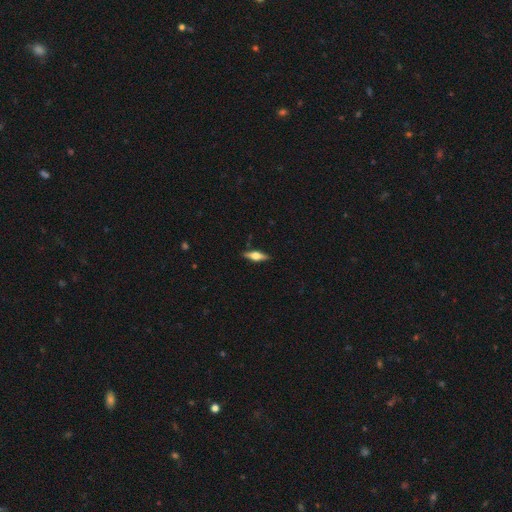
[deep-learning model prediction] This appears to be a featured or disk galaxy (52%) viewed edge-on (93%). Merging: none (88%).